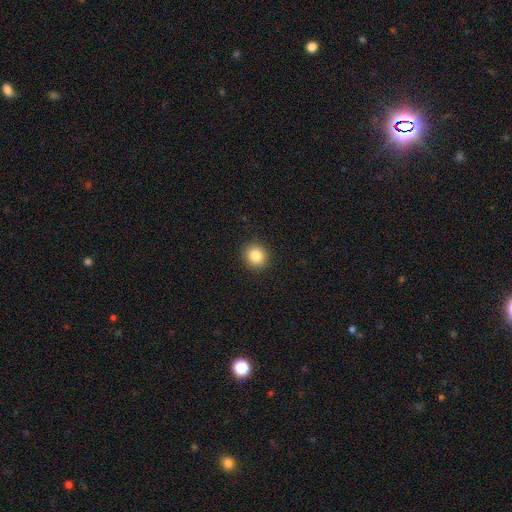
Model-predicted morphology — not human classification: Q: Smooth or featured?
A: smooth (84%); runner-up: star or artifact (10%)
Q: How rounded?
A: round (89%); runner-up: in between (10%)
Q: Merging?
A: none (92%); runner-up: minor disturbance (5%)